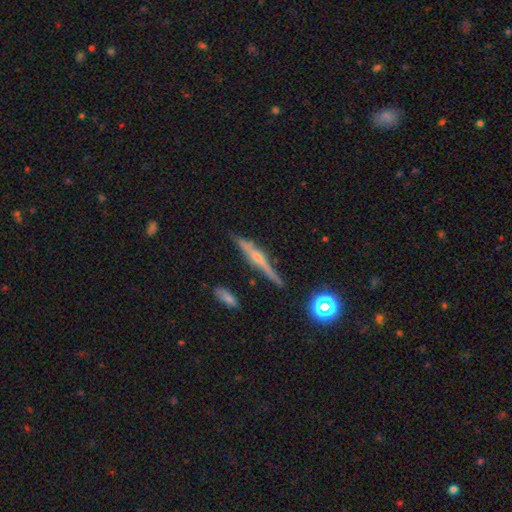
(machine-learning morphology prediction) smooth-or-featured: featured or disk: 72% | smooth: 20% | star or artifact: 9%
  disk-edge-on: yes: 97% | no: 3%
    edge-on-bulge: rounded: 76% | none: 15% | boxy: 9%
  merging: none: 84% | minor disturbance: 11% | merger: 2% | major disturbance: 2%